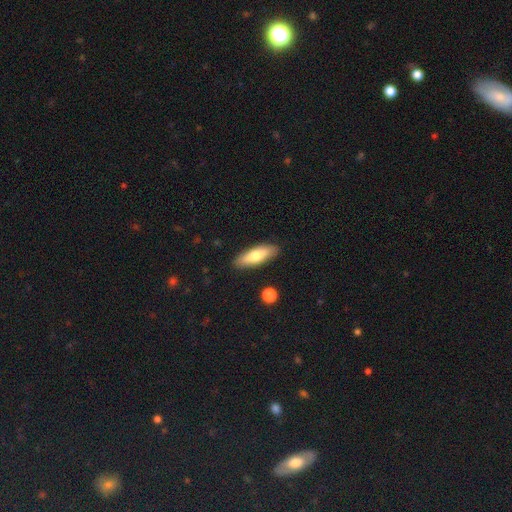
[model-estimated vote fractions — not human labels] Morphology: type=smooth (70%); roundness=in between (55%); merging=none (87%).